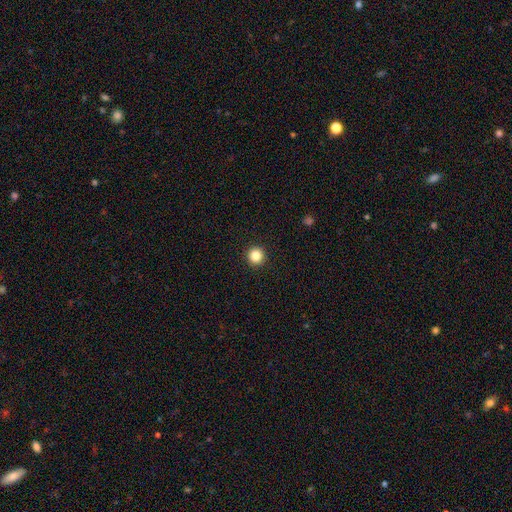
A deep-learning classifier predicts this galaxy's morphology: Smooth or featured? Predicted: smooth (p=0.85). How rounded? Predicted: round (p=0.96). Merging? Predicted: none (p=0.94).